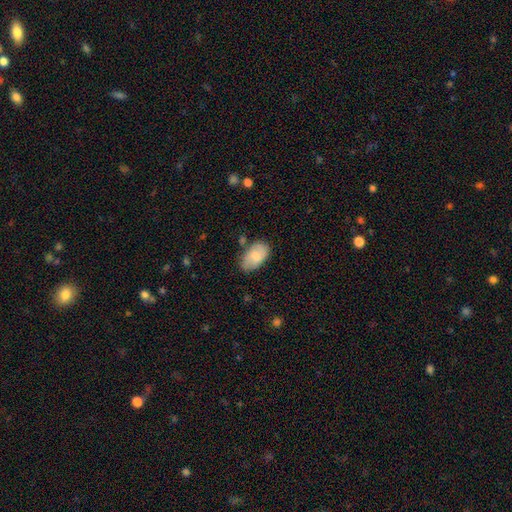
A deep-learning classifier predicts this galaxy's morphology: Smooth or featured?
  - smooth: 71% *
  - featured or disk: 23%
  - star or artifact: 6%
How rounded?
  - in between: 93% *
  - round: 5%
  - cigar-shaped: 2%
Merging?
  - none: 70% *
  - minor disturbance: 22%
  - major disturbance: 4%
  - merger: 4%